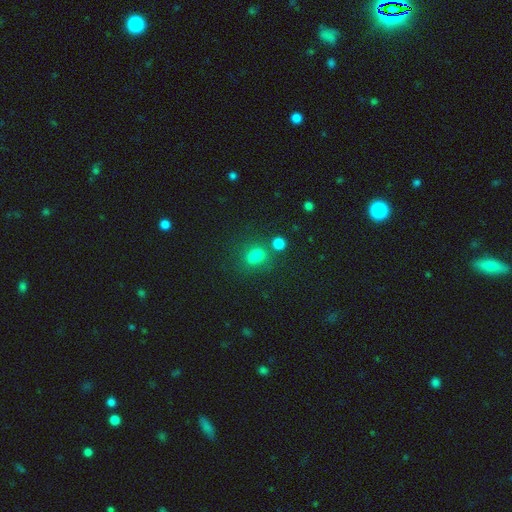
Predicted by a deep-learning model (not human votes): Smooth or featured? smooth (64%)
How rounded? round (54%)
Merging? merger (43%)